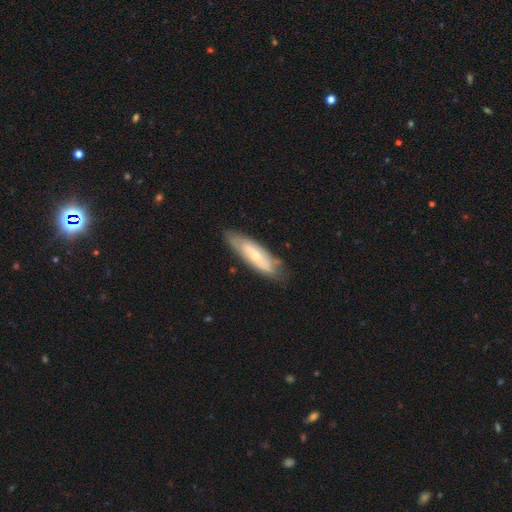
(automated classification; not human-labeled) featured or disk 51%, smooth 43%, star or artifact 6%. Down the decision tree: edge-on disk — no (67%); merging — none (76%).